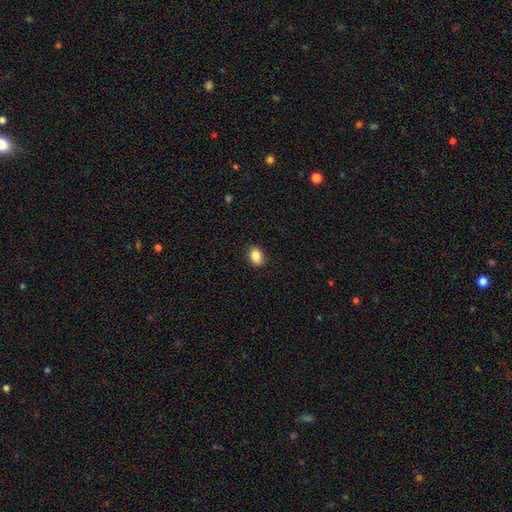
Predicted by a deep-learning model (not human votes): Overall: smooth (86%). How rounded: in between (76%). Merging: none (88%).